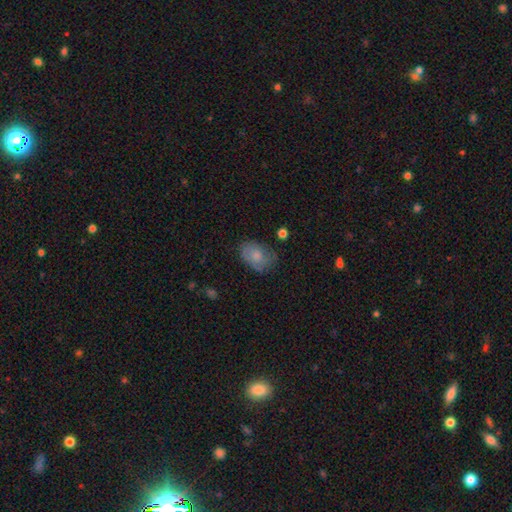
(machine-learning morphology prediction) Q: Smooth or featured?
A: smooth (71%); runner-up: featured or disk (21%)
Q: How rounded?
A: in between (78%); runner-up: round (21%)
Q: Merging?
A: none (63%); runner-up: minor disturbance (26%)